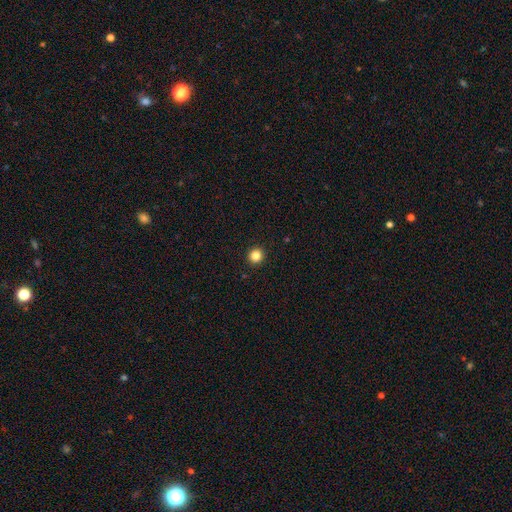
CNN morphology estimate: A smooth galaxy with no disk features (84%) that is round (94%).

Vote fractions:
- Smooth or featured? smooth: 84% / star or artifact: 12% / featured or disk: 4%
- How rounded? round: 94% / in between: 5% / cigar-shaped: 1%
- Merging? none: 93% / minor disturbance: 4% / major disturbance: 1% / merger: 1%